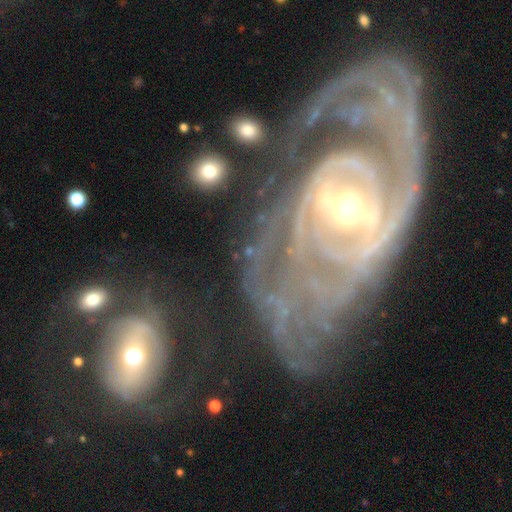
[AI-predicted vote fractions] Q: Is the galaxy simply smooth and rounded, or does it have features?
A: featured or disk — 69%.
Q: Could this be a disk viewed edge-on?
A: no — 91%.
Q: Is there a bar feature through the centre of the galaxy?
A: no — 41%.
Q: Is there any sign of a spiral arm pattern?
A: yes — 82%.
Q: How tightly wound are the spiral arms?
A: tight — 67%.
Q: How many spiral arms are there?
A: can't tell — 35%.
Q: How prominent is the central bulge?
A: moderate — 55%.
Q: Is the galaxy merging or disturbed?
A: none — 65%.